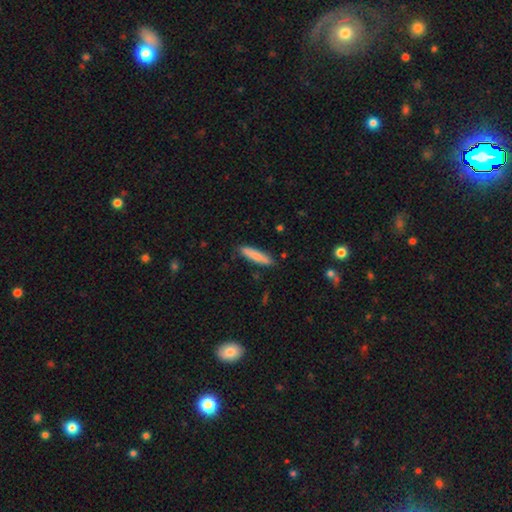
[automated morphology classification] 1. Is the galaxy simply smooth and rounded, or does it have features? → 81% smooth, 13% featured or disk, 6% star or artifact.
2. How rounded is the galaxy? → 83% cigar-shaped, 15% in between, 1% round.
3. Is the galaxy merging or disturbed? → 86% none, 11% minor disturbance, 2% major disturbance, 2% merger.